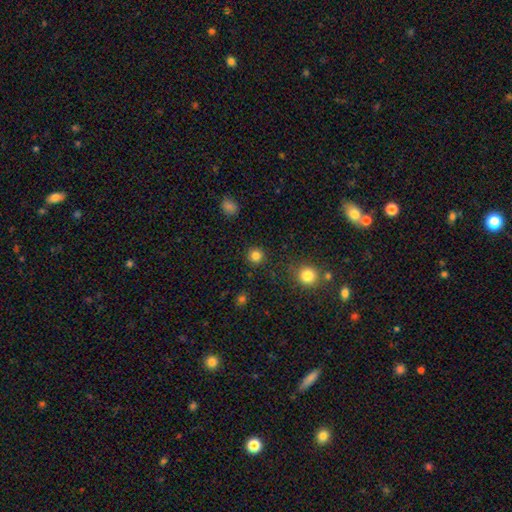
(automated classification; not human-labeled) smooth-or-featured: smooth: 83% | star or artifact: 12% | featured or disk: 4%
  how-rounded: round: 95% | in between: 4% | cigar-shaped: 1%
  merging: none: 91% | minor disturbance: 5% | major disturbance: 2% | merger: 2%